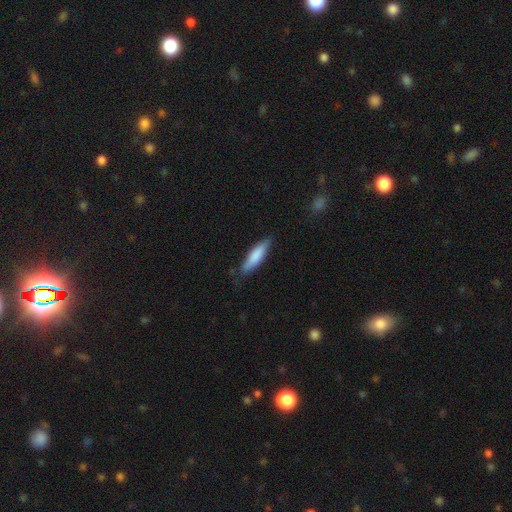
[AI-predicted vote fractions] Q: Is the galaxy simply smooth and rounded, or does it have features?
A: smooth — 83%.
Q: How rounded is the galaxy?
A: cigar-shaped — 64%.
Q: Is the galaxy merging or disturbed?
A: none — 78%.